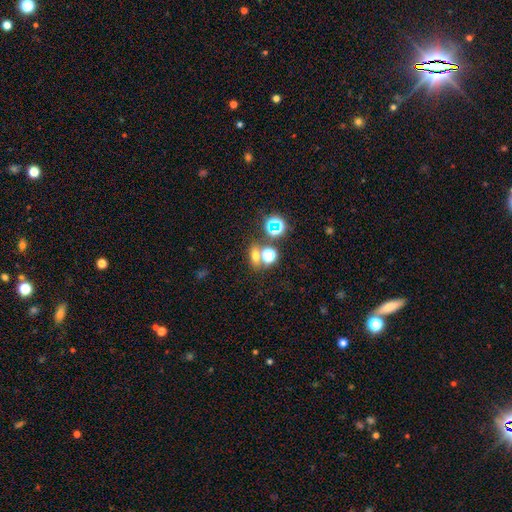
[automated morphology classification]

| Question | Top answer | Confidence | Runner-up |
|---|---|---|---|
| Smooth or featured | smooth | 57% | star or artifact (31%) |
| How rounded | in between | 52% | round (43%) |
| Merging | none | 60% | merger (27%) |